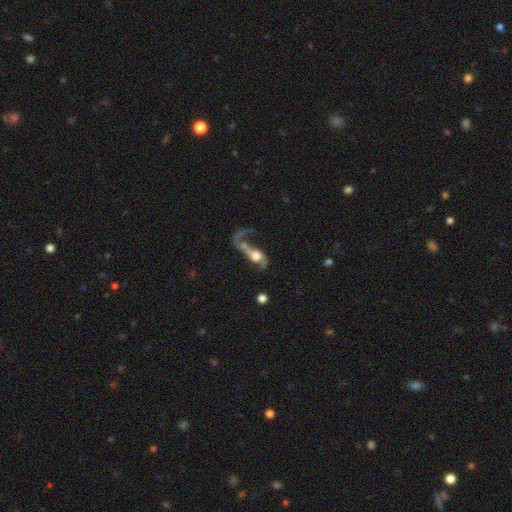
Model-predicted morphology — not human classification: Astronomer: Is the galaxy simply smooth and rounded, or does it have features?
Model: featured or disk — 69%.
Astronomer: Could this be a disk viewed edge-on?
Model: no — 90%.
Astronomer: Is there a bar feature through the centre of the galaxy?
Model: no — 68%.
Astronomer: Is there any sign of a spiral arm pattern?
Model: yes — 79%.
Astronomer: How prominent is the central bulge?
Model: large — 40% (runner-up: moderate, 39%).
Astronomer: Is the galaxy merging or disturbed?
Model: major disturbance — 45% (runner-up: none, 24%).